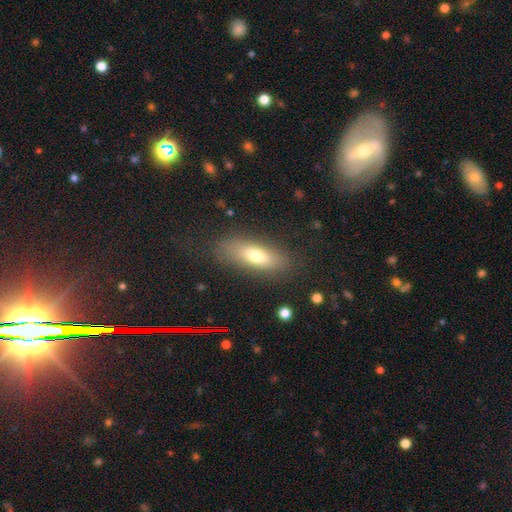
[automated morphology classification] Smooth or featured: smooth — 71% (featured or disk — 20%)
How rounded: in between — 67% (cigar-shaped — 29%)
Merging: none — 81% (minor disturbance — 12%)